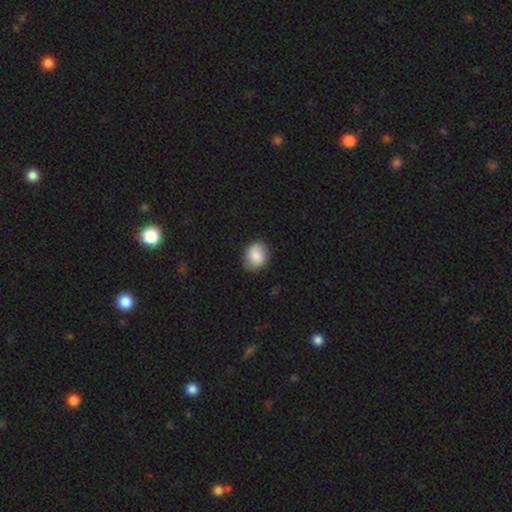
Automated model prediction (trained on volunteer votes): smooth_or_featured: smooth (p=0.85) [alt: featured or disk p=0.08]
how_rounded: round (p=0.53) [alt: in between p=0.46]
merging: none (p=0.82) [alt: minor disturbance p=0.14]